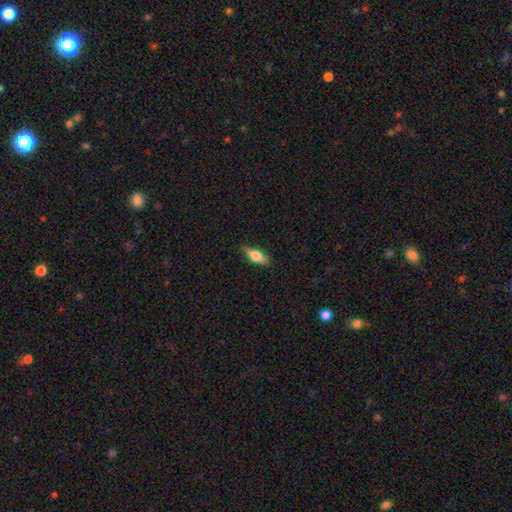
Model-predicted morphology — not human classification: A smooth galaxy with no disk features (51%) that is in between round and cigar-shaped (62%). Merging: none (83%).